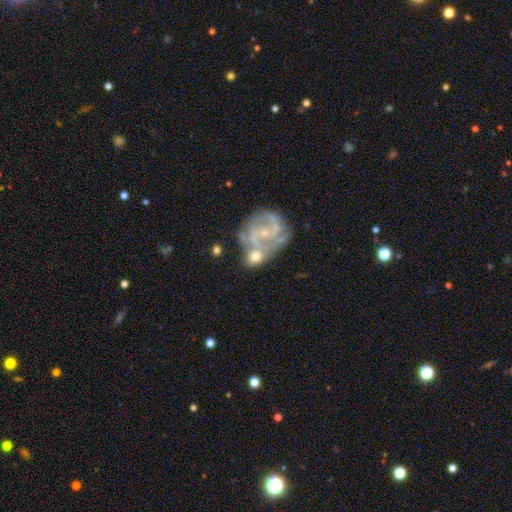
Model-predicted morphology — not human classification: smooth-or-featured: featured or disk: 76% | smooth: 17% | star or artifact: 7%
  disk-edge-on: no: 98% | yes: 2%
    bar: no: 58% | weak: 33% | strong: 9%
    has-spiral-arms: yes: 88% | no: 12%
      spiral-winding: medium: 45% | tight: 42% | loose: 14%
      spiral-arm-count: 2: 57% | can't tell: 18% | 3: 15% | 1: 4% | 4: 3% | more than 4: 3%
    bulge-size: small: 72% | moderate: 20% | none: 5% | large: 2% | dominant: 1%
  merging: none: 38% | merger: 34% | minor disturbance: 17% | major disturbance: 10%